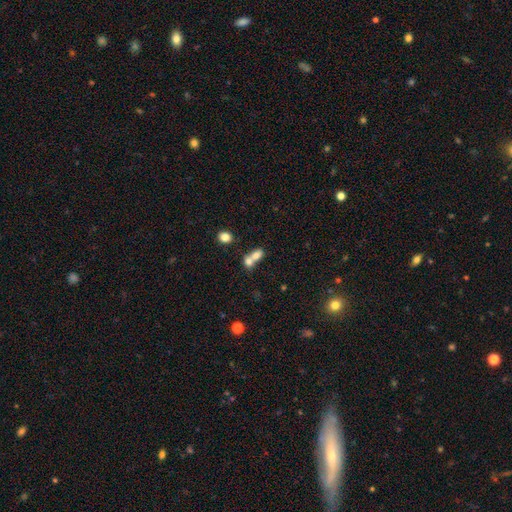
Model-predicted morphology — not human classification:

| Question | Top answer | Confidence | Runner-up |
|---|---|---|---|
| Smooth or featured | smooth | 73% | featured or disk (16%) |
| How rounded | in between | 55% | round (42%) |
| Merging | merger | 70% | none (21%) |